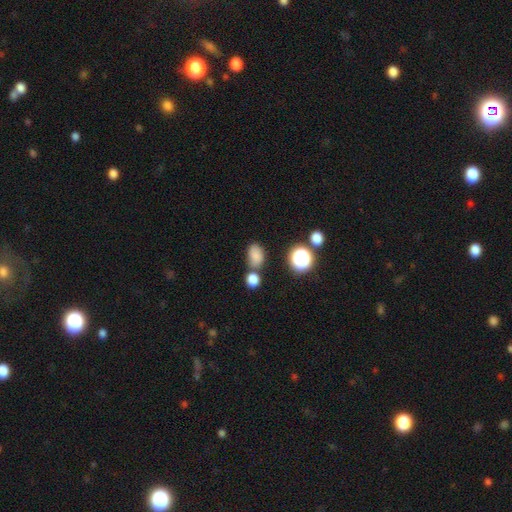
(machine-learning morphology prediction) Q: Smooth or featured?
A: smooth (79%); runner-up: star or artifact (14%)
Q: How rounded?
A: in between (79%); runner-up: round (20%)
Q: Merging?
A: none (61%); runner-up: merger (17%)